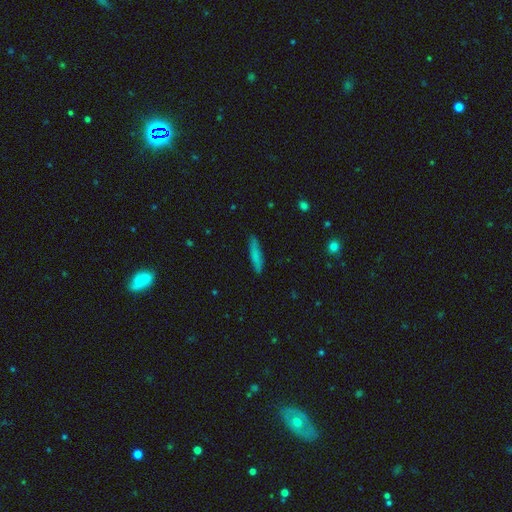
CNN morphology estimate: Smooth or featured?
  - smooth: 74% *
  - featured or disk: 19%
  - star or artifact: 7%
How rounded?
  - cigar-shaped: 87% *
  - in between: 11%
  - round: 2%
Merging?
  - none: 85% *
  - minor disturbance: 11%
  - major disturbance: 2%
  - merger: 1%